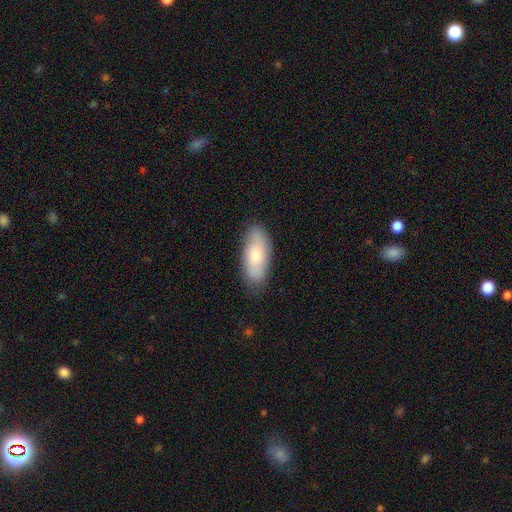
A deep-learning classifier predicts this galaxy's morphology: The model was most divided on "smooth or featured": smooth: 75%, featured or disk: 20%, star or artifact: 6%. More confident: how rounded — in between (86%); merging — none (82%).